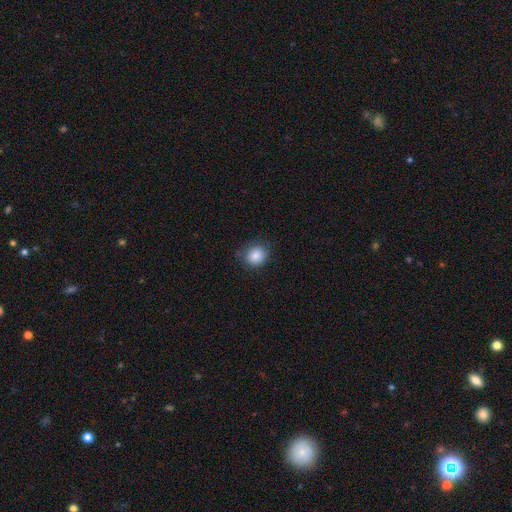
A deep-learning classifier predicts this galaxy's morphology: type=smooth (85%); roundness=round (78%); merging=none (77%).